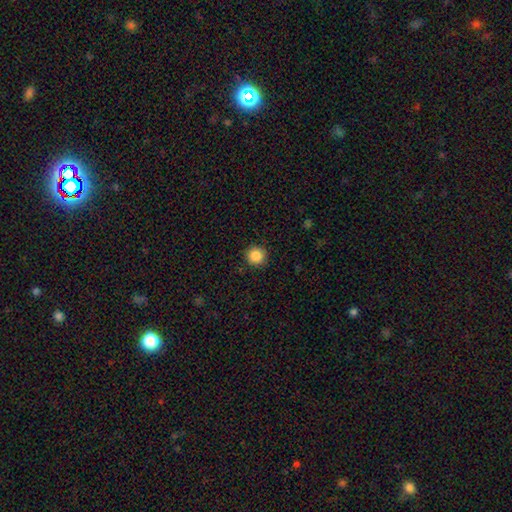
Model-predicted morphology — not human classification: Smooth or featured? smooth (87%)
How rounded? round (94%)
Merging? none (92%)